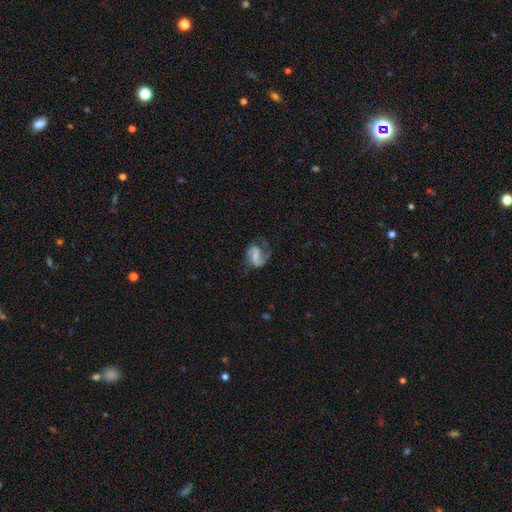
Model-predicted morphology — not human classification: Overall: featured or disk (79%). Edge-on disk: no (98%). Bar: weak (45%; no 28%). Spiral arms: yes (94%). Spiral arm count: 2 (76%). Spiral winding: medium (45%; loose 40%). Bulge size: small (40%; none 33%). Merging: none (56%; minor disturbance 21%).